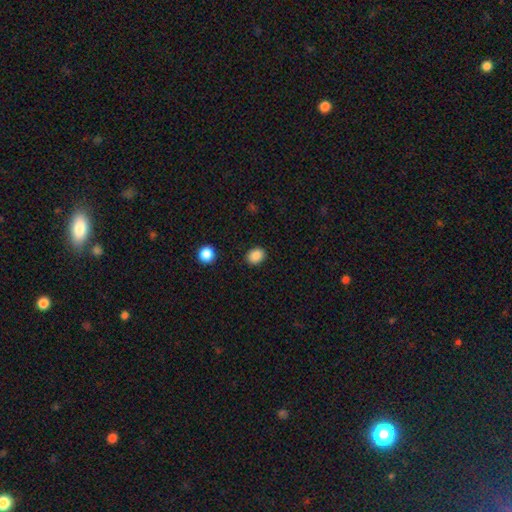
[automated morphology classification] Smooth or featured: smooth — 87% (star or artifact — 10%)
How rounded: in between — 50% (round — 49%)
Merging: none — 88% (minor disturbance — 8%)